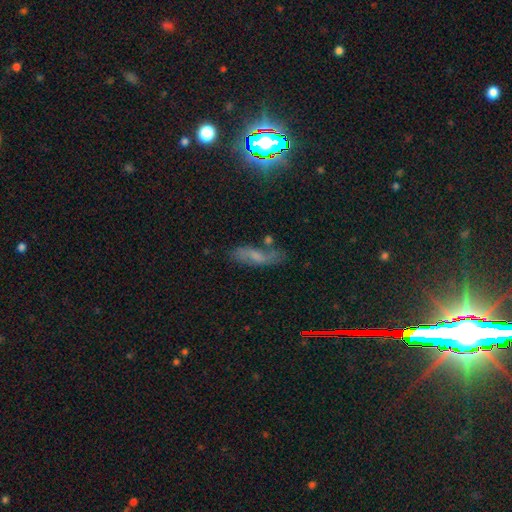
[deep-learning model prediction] The model was most divided on "smooth or featured": featured or disk: 43%, smooth: 36%, star or artifact: 22%. More confident: merging — none (60%).